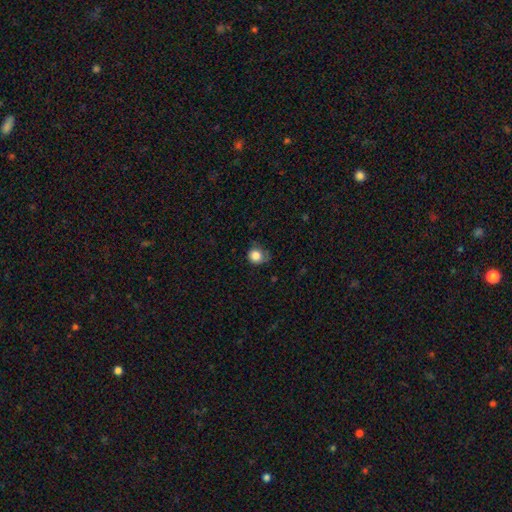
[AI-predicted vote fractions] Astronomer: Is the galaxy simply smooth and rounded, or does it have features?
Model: smooth — 84%.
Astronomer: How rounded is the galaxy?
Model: round — 81%.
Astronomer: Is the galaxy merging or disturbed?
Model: none — 53% (runner-up: minor disturbance, 33%).